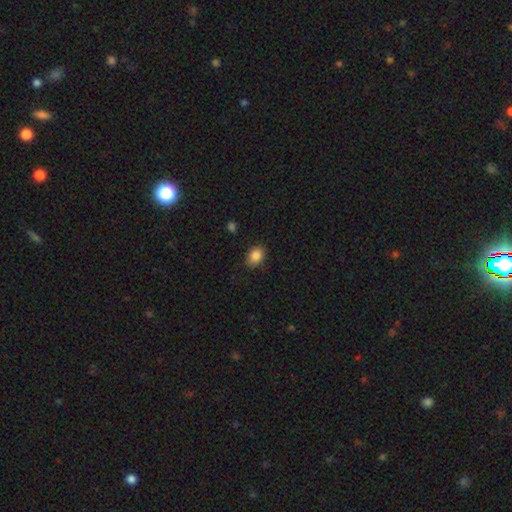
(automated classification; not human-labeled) smooth 87%, star or artifact 9%, featured or disk 4%. Down the decision tree: how rounded — in between (64%); merging — none (83%).